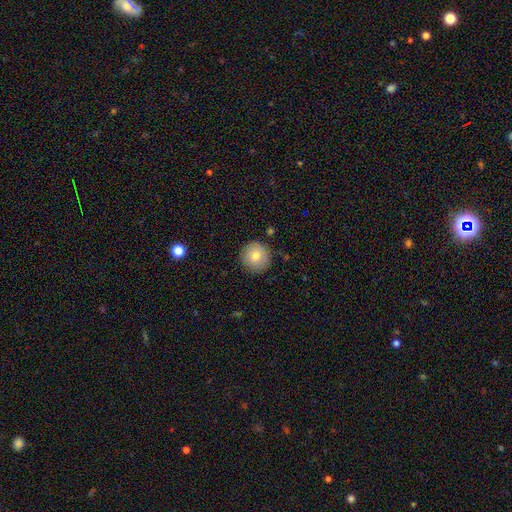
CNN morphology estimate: Overall: smooth (78%). How rounded: round (95%). Merging: none (89%).